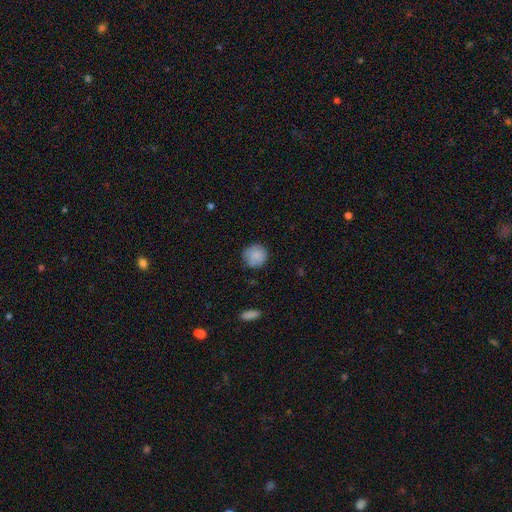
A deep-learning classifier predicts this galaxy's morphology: Q: Smooth or featured?
A: smooth (85%); runner-up: star or artifact (8%)
Q: How rounded?
A: round (91%); runner-up: in between (8%)
Q: Merging?
A: none (79%); runner-up: minor disturbance (16%)